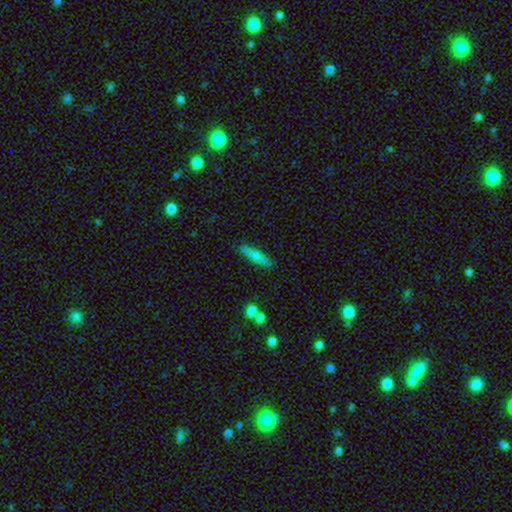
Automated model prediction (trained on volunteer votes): Smooth or featured? Predicted: smooth (p=0.74). How rounded? Predicted: cigar-shaped (p=0.88). Merging? Predicted: none (p=0.86).